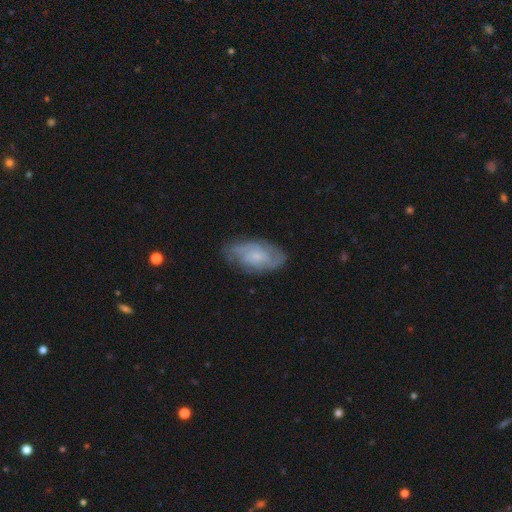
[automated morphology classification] This appears to be a featured or disk galaxy (65%) with no bar (71%), 2 (43%) tight (47%) spiral arms (85%) and a small central bulge (66%). Merging: none (71%).